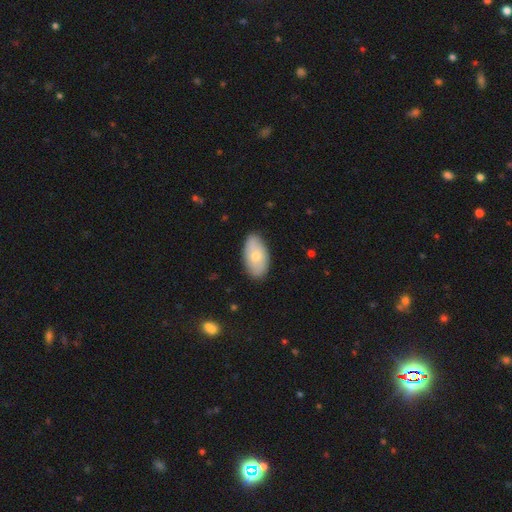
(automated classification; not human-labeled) Smooth or featured? Predicted: smooth (p=0.70). How rounded? Predicted: in between (p=0.94). Merging? Predicted: none (p=0.83).